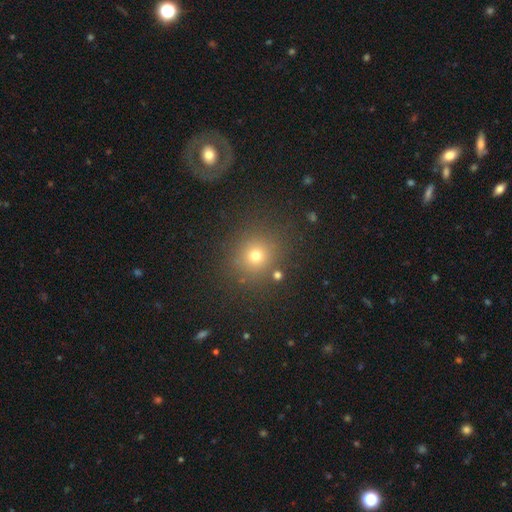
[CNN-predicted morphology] This appears to be a smooth galaxy with no disk features (71%) that is round (88%). Merging: none (84%).